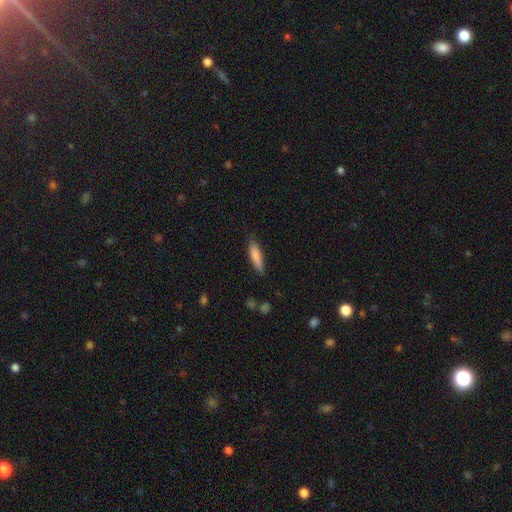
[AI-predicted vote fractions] This appears to be a smooth galaxy with no disk features (80%) that is cigar-shaped (73%). Merging: none (82%).